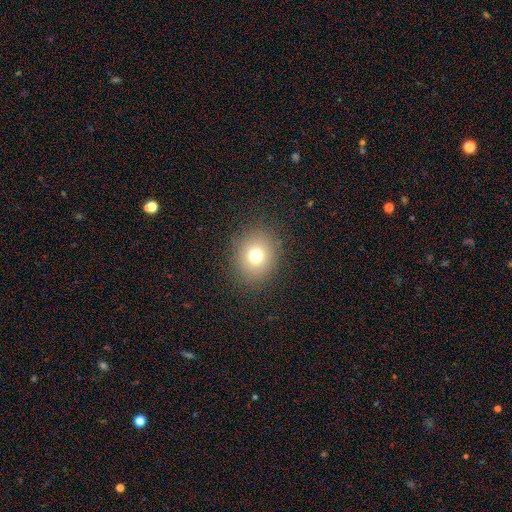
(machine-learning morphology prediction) This appears to be a smooth galaxy with no disk features (73%) that is round (71%). Merging: none (87%).